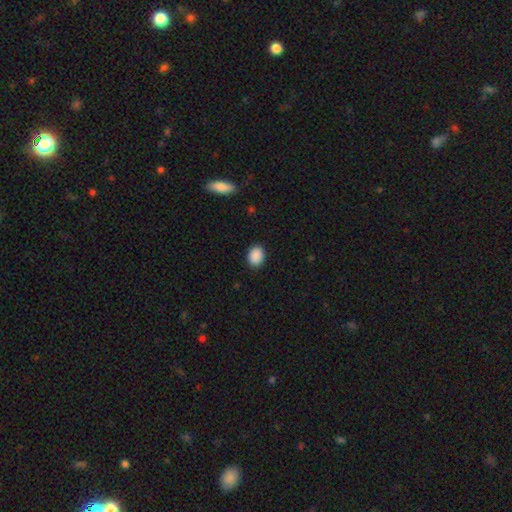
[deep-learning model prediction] This is clearly a smooth galaxy (90%). How rounded: likely in between (67%). Merging: clearly none (89%).